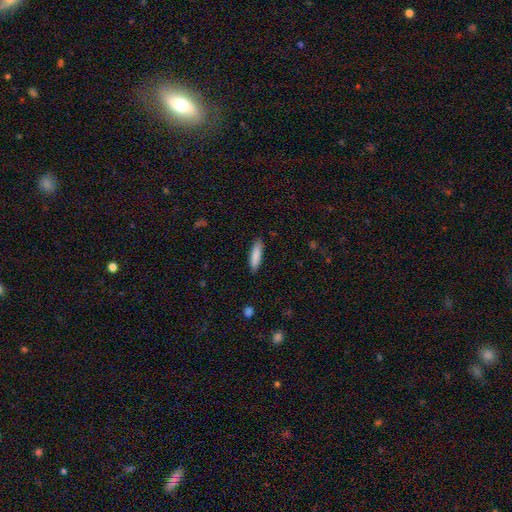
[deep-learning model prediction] The model was most divided on "how rounded": cigar-shaped: 72%, in between: 26%, round: 1%. More confident: merging — none (87%); smooth or featured — smooth (86%).